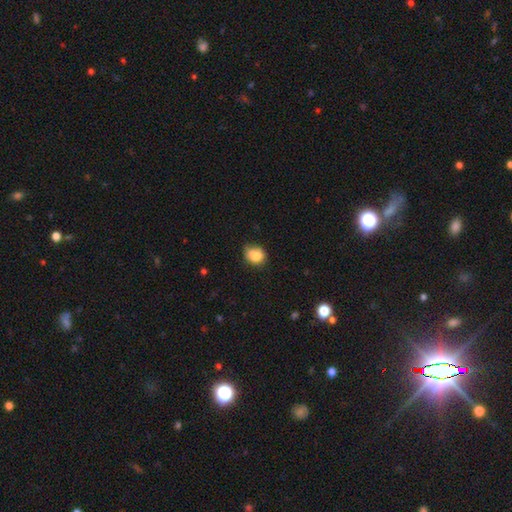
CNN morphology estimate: type=smooth (78%); roundness=round (62%); merging=none (50%).